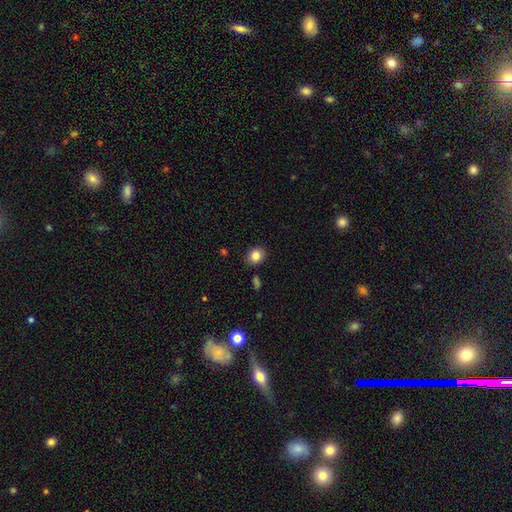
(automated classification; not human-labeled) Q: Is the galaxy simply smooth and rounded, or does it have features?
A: smooth — 84%.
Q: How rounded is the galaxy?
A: round — 54%.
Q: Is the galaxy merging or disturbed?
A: none — 87%.